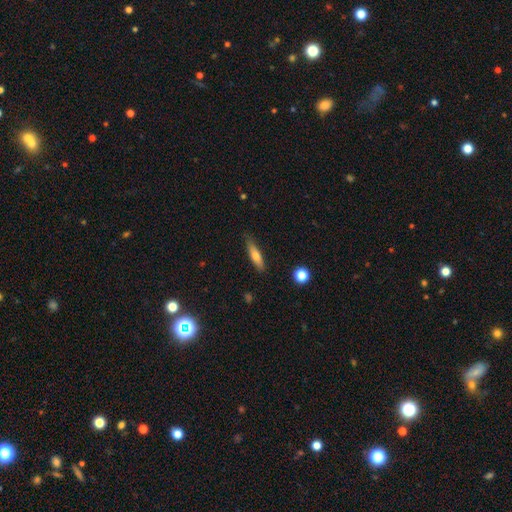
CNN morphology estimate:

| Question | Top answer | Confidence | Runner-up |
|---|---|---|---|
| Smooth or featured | smooth | 69% | featured or disk (23%) |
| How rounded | cigar-shaped | 72% | in between (25%) |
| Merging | none | 81% | minor disturbance (15%) |